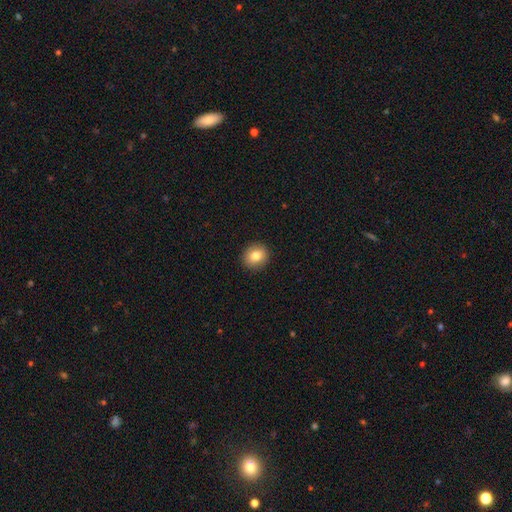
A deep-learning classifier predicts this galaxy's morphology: Q: Smooth or featured?
A: smooth (80%); runner-up: featured or disk (10%)
Q: How rounded?
A: round (80%); runner-up: in between (19%)
Q: Merging?
A: none (92%); runner-up: minor disturbance (6%)